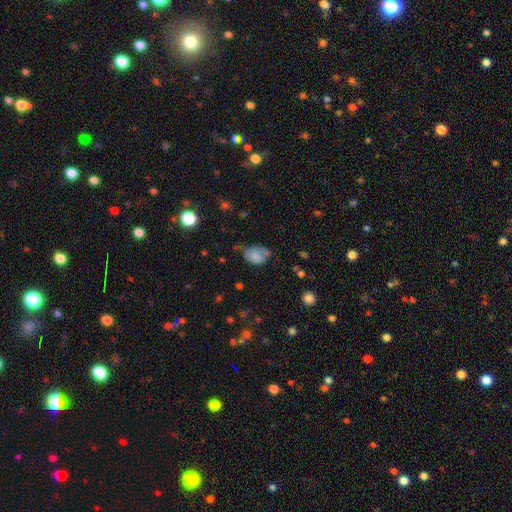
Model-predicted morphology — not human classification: Smooth or featured: smooth — 65% (featured or disk — 24%)
How rounded: in between — 75% (round — 24%)
Merging: none — 39% (minor disturbance — 35%)